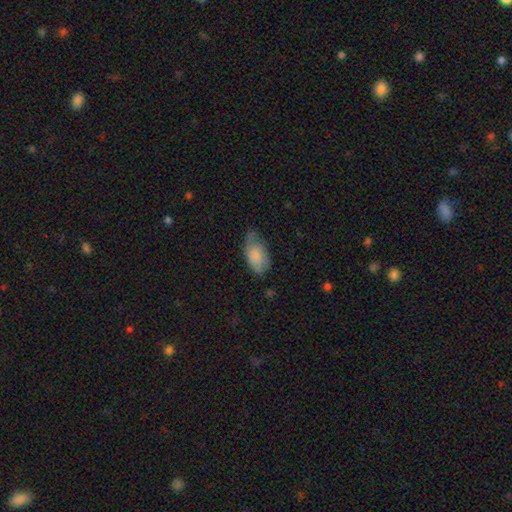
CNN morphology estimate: A smooth galaxy with no disk features (77%) that is in between round and cigar-shaped (94%).

Vote fractions:
- Smooth or featured? smooth: 77% / featured or disk: 16% / star or artifact: 7%
- How rounded? in between: 94% / round: 4% / cigar-shaped: 3%
- Merging? none: 47% / minor disturbance: 38% / major disturbance: 14% / merger: 2%